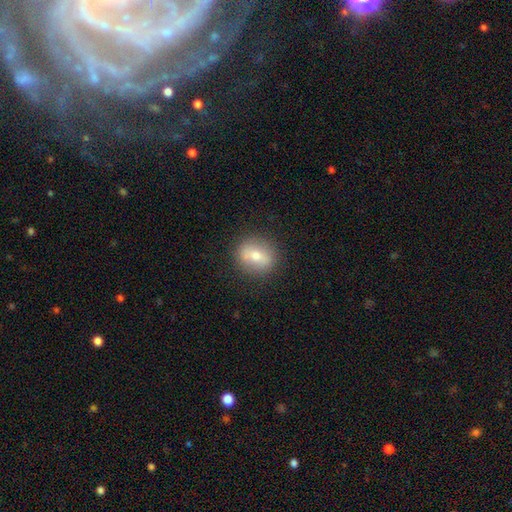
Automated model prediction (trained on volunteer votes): Smooth or featured? Predicted: smooth (p=0.63). How rounded? Predicted: round (p=0.72). Merging? Predicted: none (p=0.83).